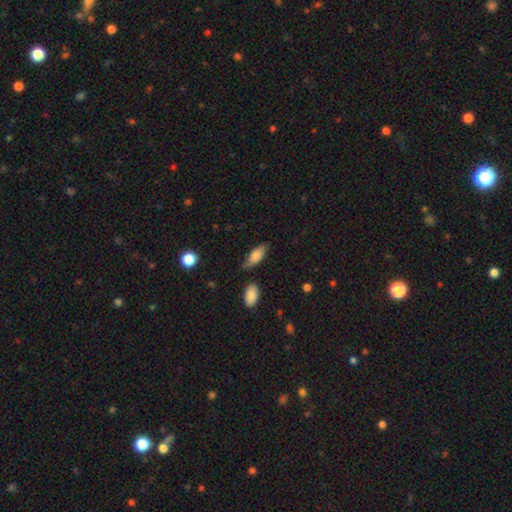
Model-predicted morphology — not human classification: smooth_or_featured: smooth (p=0.76) [alt: featured or disk p=0.17]
how_rounded: in between (p=0.76) [alt: cigar-shaped p=0.21]
merging: none (p=0.70) [alt: minor disturbance p=0.22]